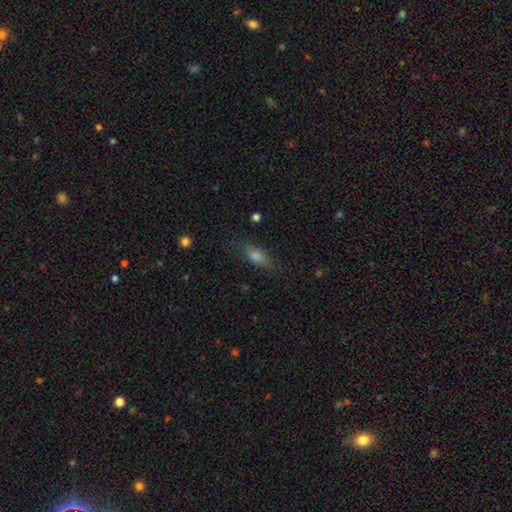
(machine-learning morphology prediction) smooth_or_featured: smooth (p=0.74) [alt: featured or disk p=0.15]
how_rounded: in between (p=0.68) [alt: cigar-shaped p=0.27]
merging: none (p=0.75) [alt: minor disturbance p=0.17]